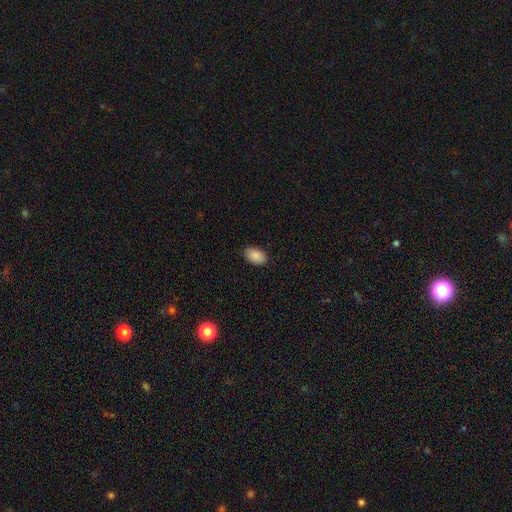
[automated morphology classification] A smooth galaxy with no disk features (88%) that is in between round and cigar-shaped (91%).

Vote fractions:
- Smooth or featured? smooth: 88% / star or artifact: 7% / featured or disk: 5%
- How rounded? in between: 91% / round: 8% / cigar-shaped: 1%
- Merging? none: 88% / minor disturbance: 9% / major disturbance: 2% / merger: 1%